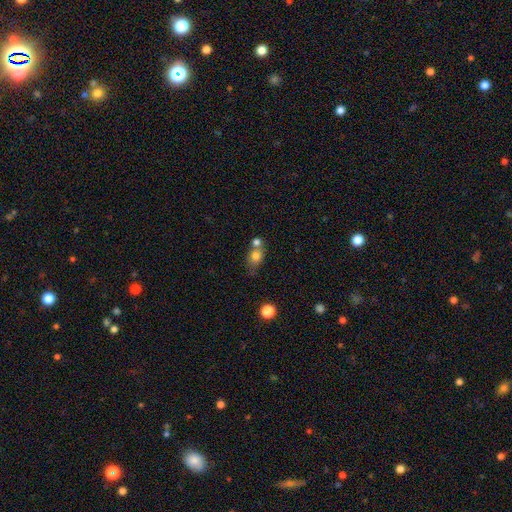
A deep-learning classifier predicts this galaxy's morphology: smooth 75%, featured or disk 14%, star or artifact 11%. Down the decision tree: how rounded — in between (49%, tied with round); merging — none (44%).